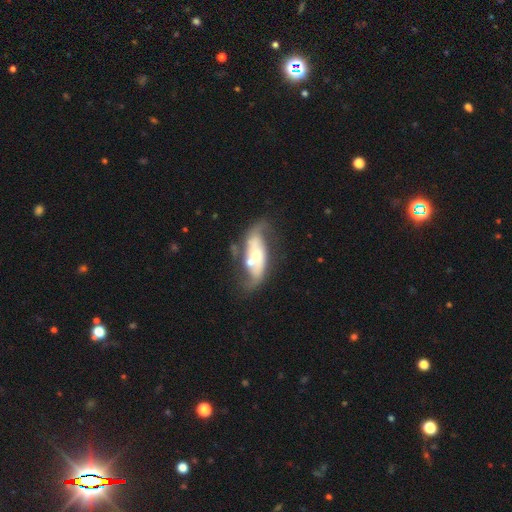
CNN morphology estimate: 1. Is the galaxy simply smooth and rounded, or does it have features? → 77% featured or disk, 17% smooth, 6% star or artifact.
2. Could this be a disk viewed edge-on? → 91% no, 9% yes.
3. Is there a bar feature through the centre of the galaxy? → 61% no, 24% weak, 15% strong.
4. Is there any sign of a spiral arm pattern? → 83% yes, 17% no.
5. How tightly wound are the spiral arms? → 59% loose, 29% medium, 12% tight.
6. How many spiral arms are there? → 87% 2, 7% can't tell, 3% 1, 1% 3, 1% 4, 1% more than 4.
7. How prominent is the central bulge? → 62% moderate, 29% small, 6% large, 1% dominant, 1% none.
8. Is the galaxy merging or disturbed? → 48% none, 19% merger, 19% minor disturbance, 14% major disturbance.